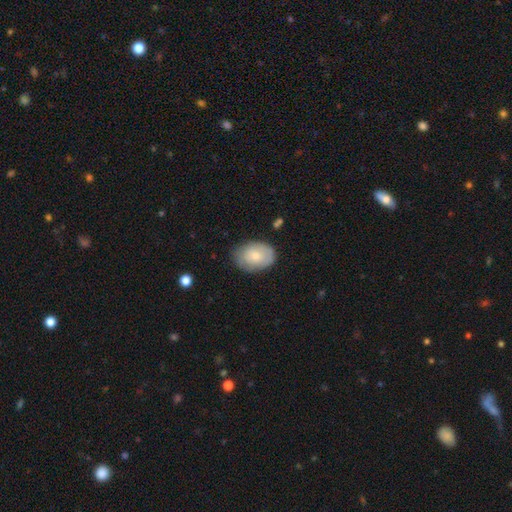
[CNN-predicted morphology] smooth 73%, featured or disk 21%, star or artifact 6%. Down the decision tree: how rounded — in between (77%); merging — none (76%).